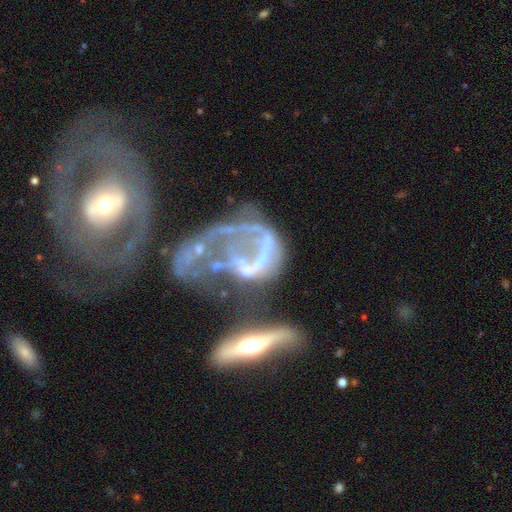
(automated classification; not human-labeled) A featured or disk galaxy (72%) with no bar (72%), no spiral arms (60%) and no central bulge (56%). Merging: major disturbance (43%).